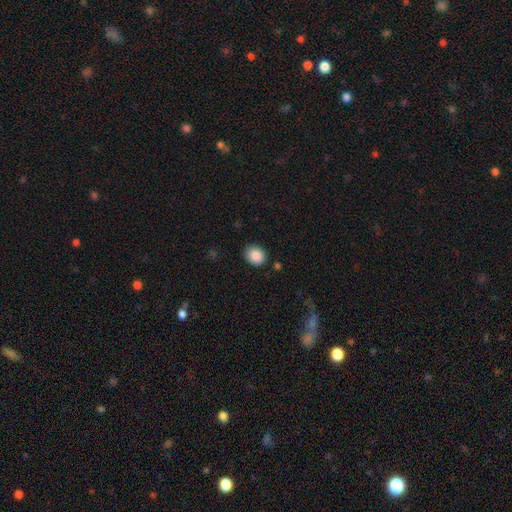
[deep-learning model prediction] Smooth or featured?
  - smooth: 88% *
  - star or artifact: 8%
  - featured or disk: 3%
How rounded?
  - round: 64% *
  - in between: 35%
  - cigar-shaped: 1%
Merging?
  - none: 84% *
  - minor disturbance: 12%
  - major disturbance: 3%
  - merger: 2%